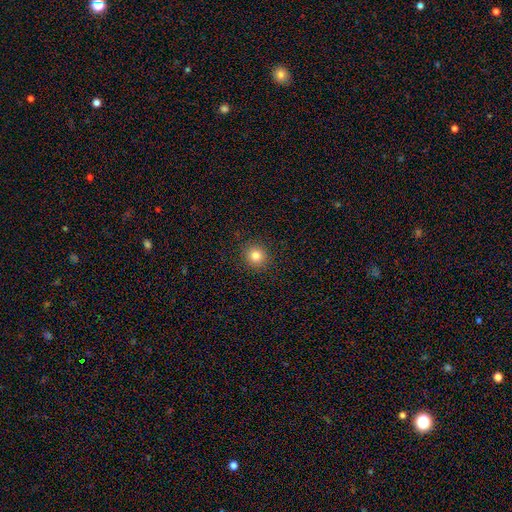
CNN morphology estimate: A smooth galaxy with no disk features (81%) that is round (92%).

Vote fractions:
- Smooth or featured? smooth: 81% / star or artifact: 12% / featured or disk: 6%
- How rounded? round: 92% / in between: 7% / cigar-shaped: 1%
- Merging? none: 91% / minor disturbance: 6% / major disturbance: 2% / merger: 1%